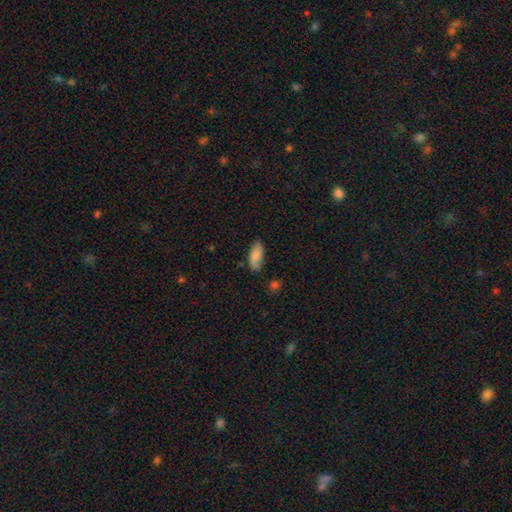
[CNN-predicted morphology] The model was most divided on "merging": none: 74%, minor disturbance: 19%, major disturbance: 4%, merger: 2%. More confident: how rounded — in between (85%); smooth or featured — smooth (84%).